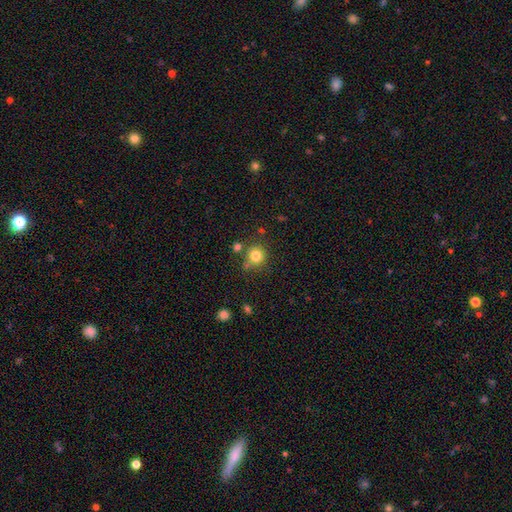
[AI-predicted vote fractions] Smooth or featured?
  - smooth: 80% *
  - star or artifact: 13%
  - featured or disk: 7%
How rounded?
  - round: 90% *
  - in between: 9%
  - cigar-shaped: 1%
Merging?
  - none: 73% *
  - minor disturbance: 12%
  - merger: 11%
  - major disturbance: 4%